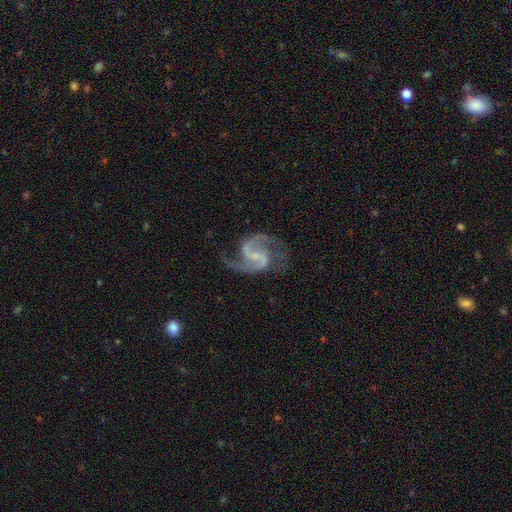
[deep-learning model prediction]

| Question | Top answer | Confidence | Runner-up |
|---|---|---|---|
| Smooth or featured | featured or disk | 93% | star or artifact (4%) |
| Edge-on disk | no | 98% | yes (2%) |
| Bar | weak | 51% | no (26%) |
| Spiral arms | yes | 98% | no (2%) |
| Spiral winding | medium | 60% | loose (30%) |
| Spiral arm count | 2 | 94% | 3 (2%) |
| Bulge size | small | 54% | none (30%) |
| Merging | none | 75% | minor disturbance (15%) |